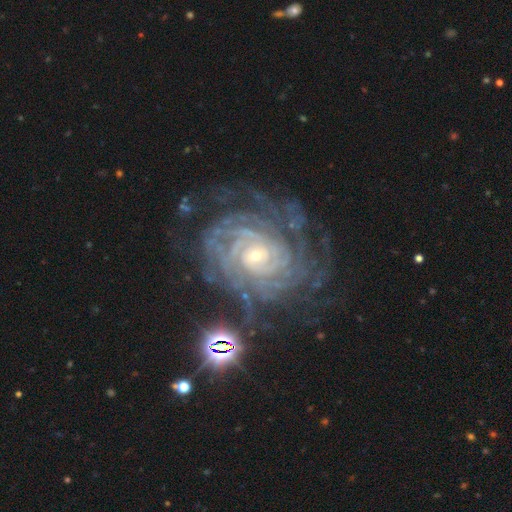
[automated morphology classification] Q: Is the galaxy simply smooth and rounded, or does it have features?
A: featured or disk — 90%.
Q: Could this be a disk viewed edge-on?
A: no — 97%.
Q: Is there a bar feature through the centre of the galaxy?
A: no — 55%.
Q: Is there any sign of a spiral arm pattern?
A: yes — 98%.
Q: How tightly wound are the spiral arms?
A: tight — 83%.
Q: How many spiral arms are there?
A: more than 4 — 28%.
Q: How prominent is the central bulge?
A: small — 74%.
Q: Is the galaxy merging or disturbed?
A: none — 70%.